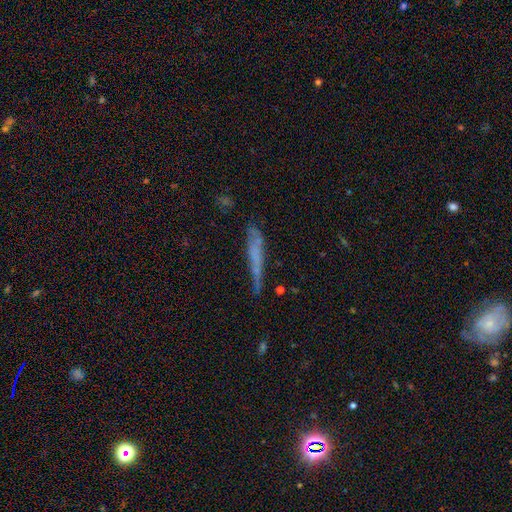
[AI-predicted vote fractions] Smooth or featured? Predicted: smooth (p=0.47). Merging? Predicted: none (p=0.56).